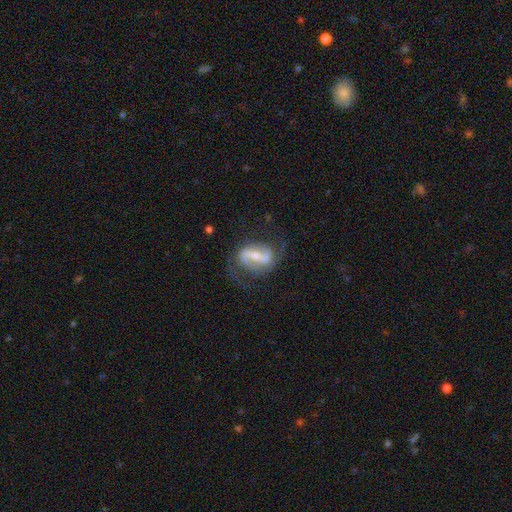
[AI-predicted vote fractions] Smooth or featured? featured or disk (83%)
Edge-on disk? no (96%)
Bar? strong (54%)
Spiral arms? yes (91%)
Spiral winding? medium (44%)
Spiral arm count? 2 (85%)
Bulge size? small (47%)
Merging? none (61%)